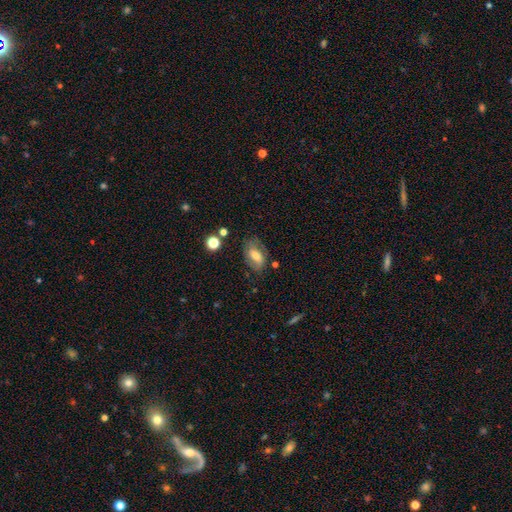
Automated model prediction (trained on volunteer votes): The model was most divided on "smooth or featured": smooth: 55%, featured or disk: 36%, star or artifact: 10%. More confident: how rounded — in between (86%); merging — none (65%).